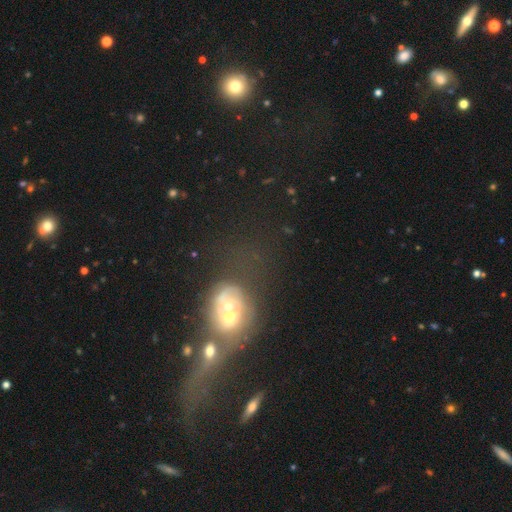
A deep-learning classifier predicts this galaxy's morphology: smooth_or_featured: smooth (p=0.41) [alt: featured or disk p=0.36]
merging: merger (p=0.42) [alt: major disturbance p=0.28]